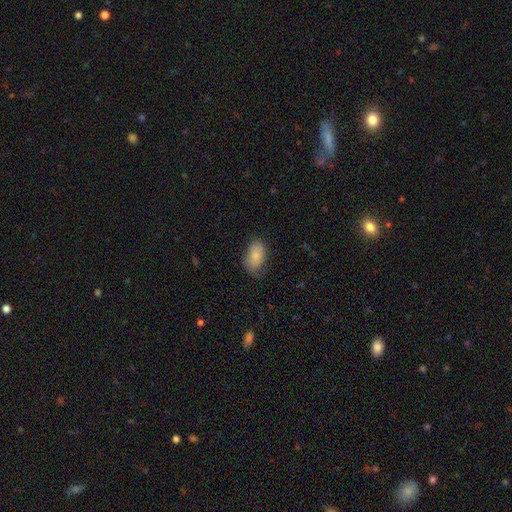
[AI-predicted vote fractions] This is clearly a smooth galaxy (83%). How rounded: clearly in between (92%). Merging: likely none (67%).